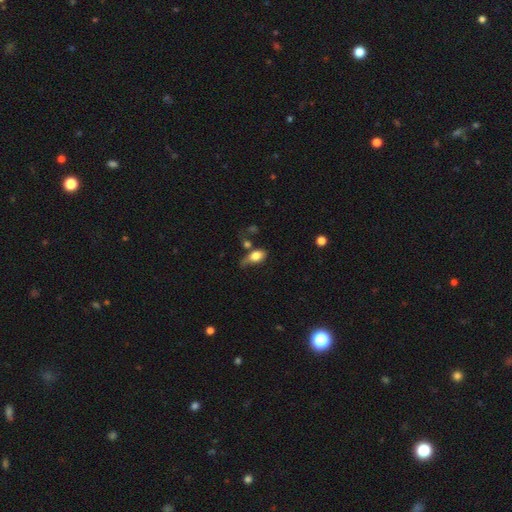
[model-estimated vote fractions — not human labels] A smooth galaxy with no disk features (76%) that is in between round and cigar-shaped (82%).

Vote fractions:
- Smooth or featured? smooth: 76% / featured or disk: 15% / star or artifact: 8%
- How rounded? in between: 82% / round: 14% / cigar-shaped: 5%
- Merging? none: 31% (tied) / minor disturbance: 31% (tied) / major disturbance: 24% / merger: 14%